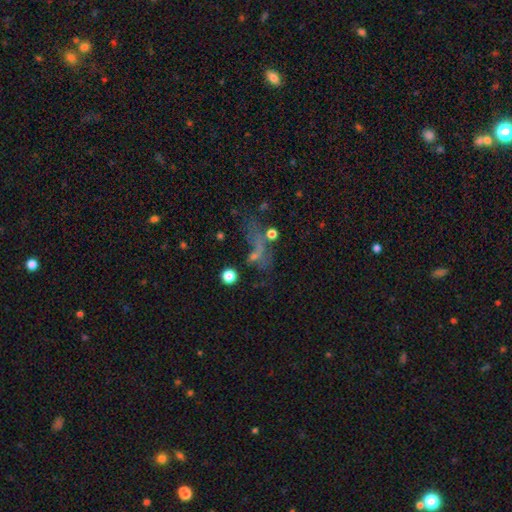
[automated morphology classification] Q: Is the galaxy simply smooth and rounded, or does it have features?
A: smooth — 38%.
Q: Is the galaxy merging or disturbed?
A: none — 35%.